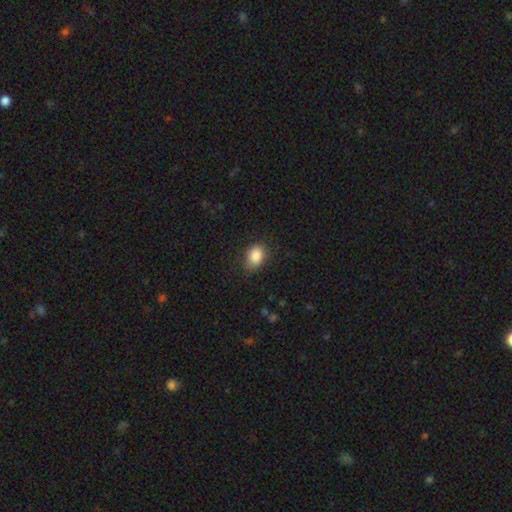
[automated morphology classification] Smooth or featured: smooth — 88% (star or artifact — 8%)
How rounded: in between — 74% (round — 25%)
Merging: none — 77% (minor disturbance — 18%)